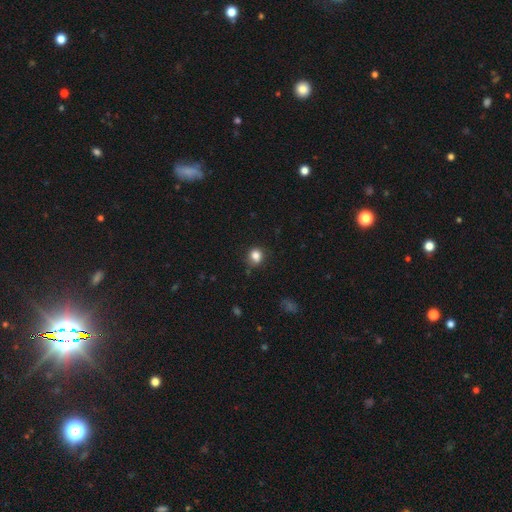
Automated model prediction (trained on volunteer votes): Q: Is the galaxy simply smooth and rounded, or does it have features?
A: smooth — 83%.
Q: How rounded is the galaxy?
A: round — 72%.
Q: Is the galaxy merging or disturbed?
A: none — 76%.